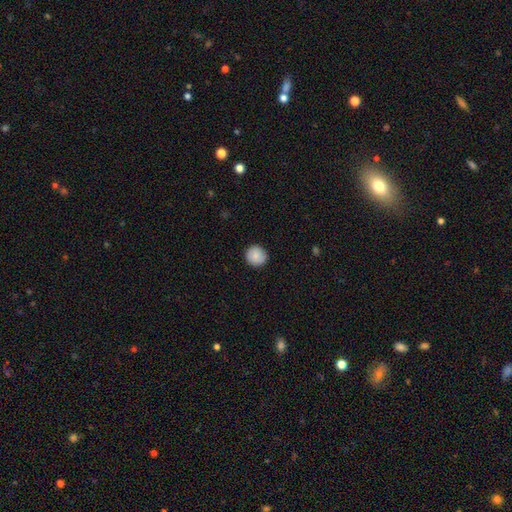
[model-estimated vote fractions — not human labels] smooth 86%, star or artifact 7%, featured or disk 7%. Down the decision tree: how rounded — round (92%); merging — none (89%).